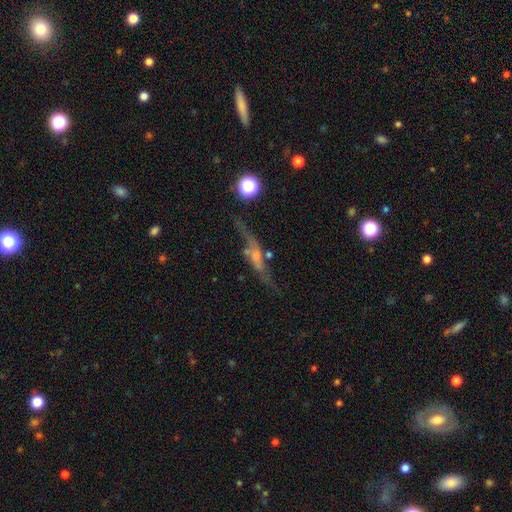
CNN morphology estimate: This is likely a featured or disk galaxy (67%). It is possibly not viewed edge-on (54%). Merging: possibly none (53%).